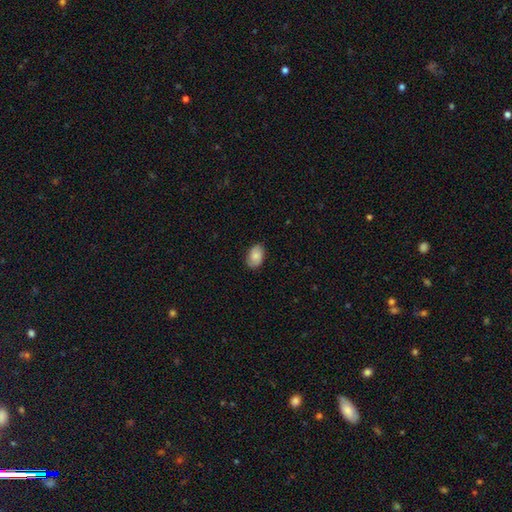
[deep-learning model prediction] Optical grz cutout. It shows a smooth galaxy with no disk features (78%) that is in between round and cigar-shaped (88%). Merging: none (82%).